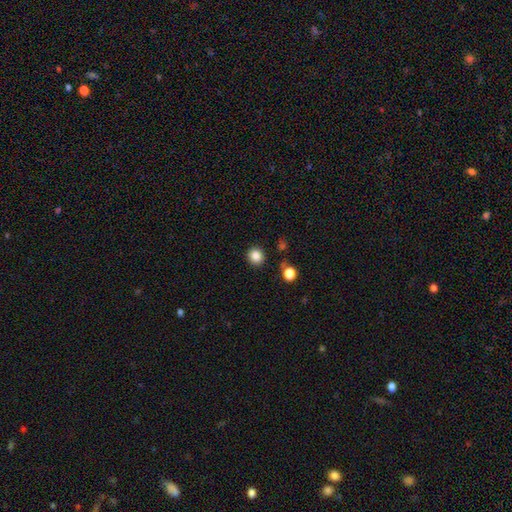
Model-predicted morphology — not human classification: Smooth or featured? Predicted: smooth (p=0.85). How rounded? Predicted: round (p=0.87). Merging? Predicted: none (p=0.88).